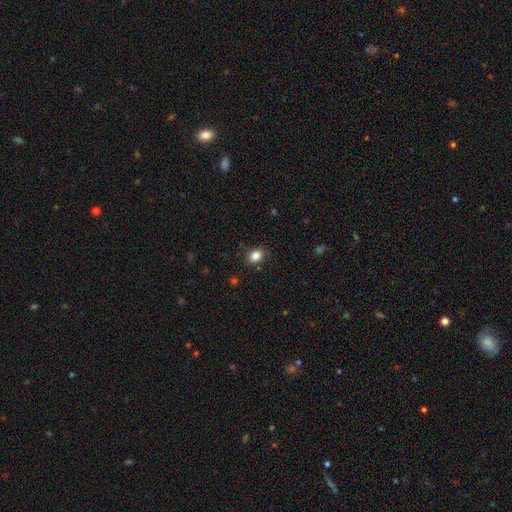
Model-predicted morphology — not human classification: Smooth or featured?
  - smooth: 83% *
  - star or artifact: 11%
  - featured or disk: 6%
How rounded?
  - in between: 52% *
  - round: 47%
  - cigar-shaped: 1%
Merging?
  - none: 86% *
  - minor disturbance: 10%
  - major disturbance: 2%
  - merger: 2%